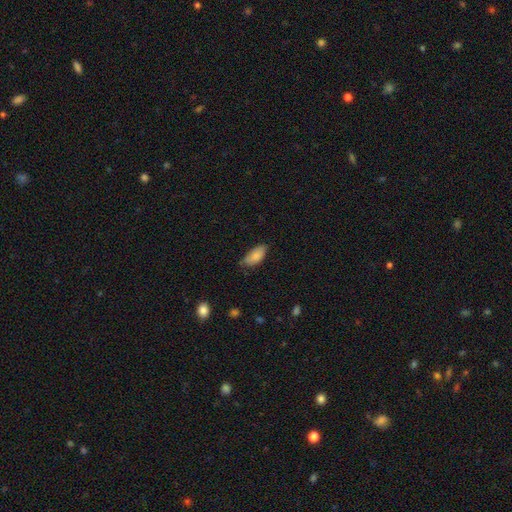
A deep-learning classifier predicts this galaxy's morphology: Smooth or featured?
  - smooth: 85% *
  - featured or disk: 9%
  - star or artifact: 7%
How rounded?
  - in between: 90% *
  - cigar-shaped: 8%
  - round: 2%
Merging?
  - none: 65% *
  - minor disturbance: 29%
  - major disturbance: 4%
  - merger: 2%